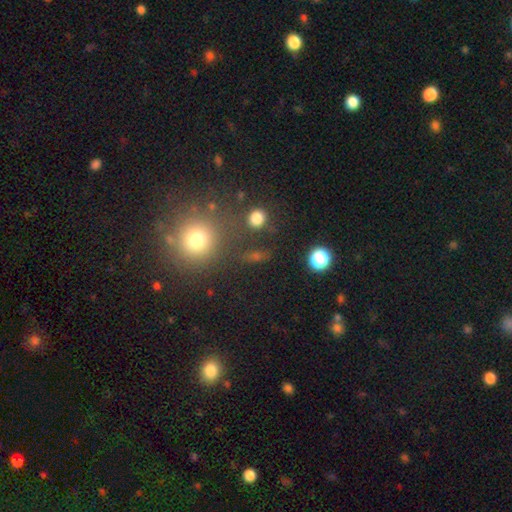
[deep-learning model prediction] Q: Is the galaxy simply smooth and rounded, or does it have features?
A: smooth — 58%.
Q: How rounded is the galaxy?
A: round — 72%.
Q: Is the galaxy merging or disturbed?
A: none — 78%.